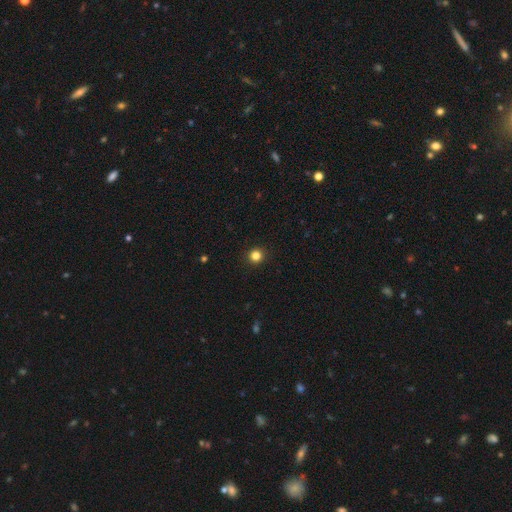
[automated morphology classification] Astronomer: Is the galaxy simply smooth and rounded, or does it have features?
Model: smooth — 83%.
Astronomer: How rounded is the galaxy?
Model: round — 94%.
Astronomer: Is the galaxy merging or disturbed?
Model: none — 93%.